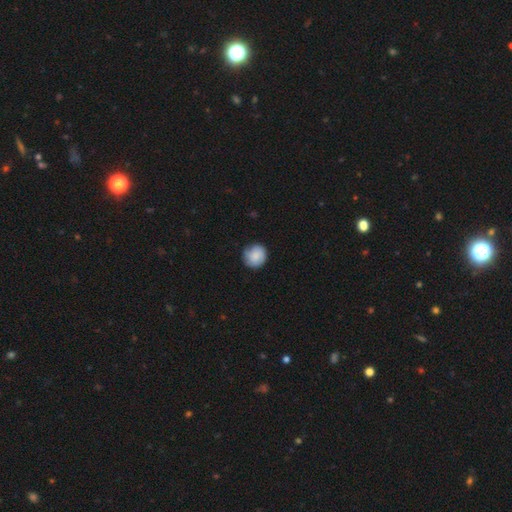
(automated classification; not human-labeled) The model was most divided on "merging": none: 81%, minor disturbance: 15%, major disturbance: 3%, merger: 1%. More confident: how rounded — round (90%); smooth or featured — smooth (82%).